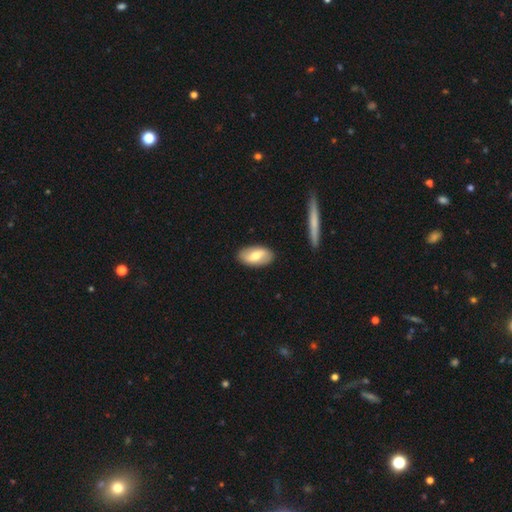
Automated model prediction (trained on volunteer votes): This appears to be a smooth galaxy with no disk features (60%) that is in between round and cigar-shaped (93%). Merging: none (87%).